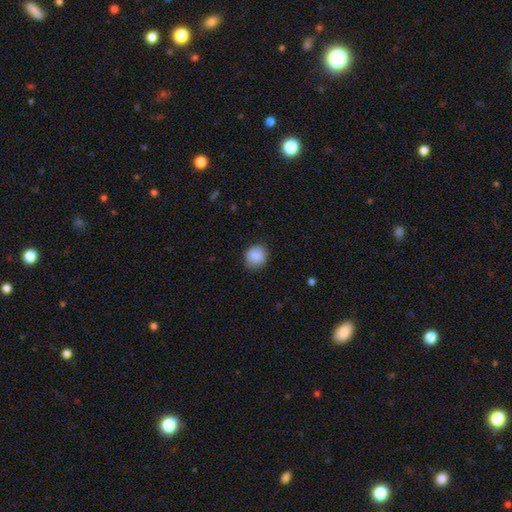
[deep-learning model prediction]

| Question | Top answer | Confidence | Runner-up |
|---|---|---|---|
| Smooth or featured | smooth | 87% | star or artifact (8%) |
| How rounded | round | 83% | in between (16%) |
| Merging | none | 84% | minor disturbance (12%) |